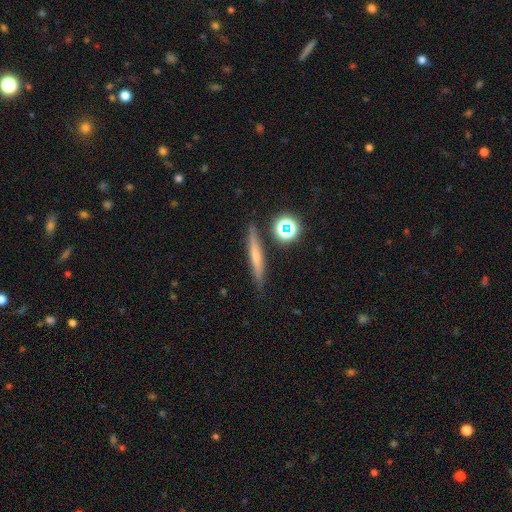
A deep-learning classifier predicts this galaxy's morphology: Smooth or featured?
  - featured or disk: 45% *
  - smooth: 42%
  - star or artifact: 13%
Merging?
  - none: 85% *
  - minor disturbance: 9%
  - merger: 4%
  - major disturbance: 2%